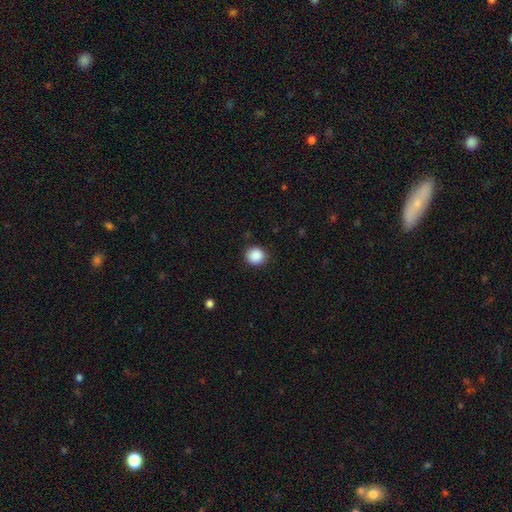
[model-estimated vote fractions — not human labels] A smooth galaxy with no disk features (89%) that is round (90%). Merging: none (88%).